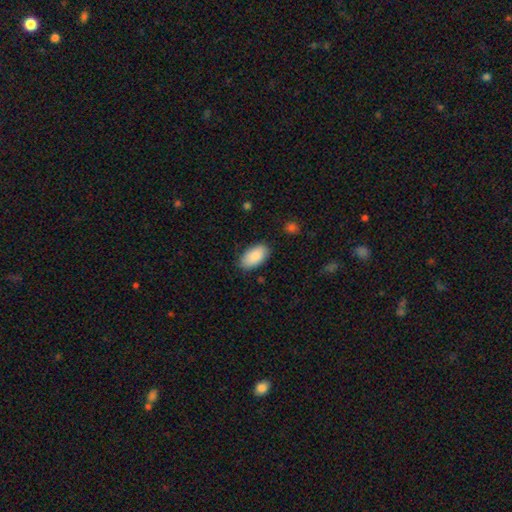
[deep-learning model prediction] smooth 88%, star or artifact 6%, featured or disk 6%. Down the decision tree: how rounded — in between (95%); merging — none (83%).